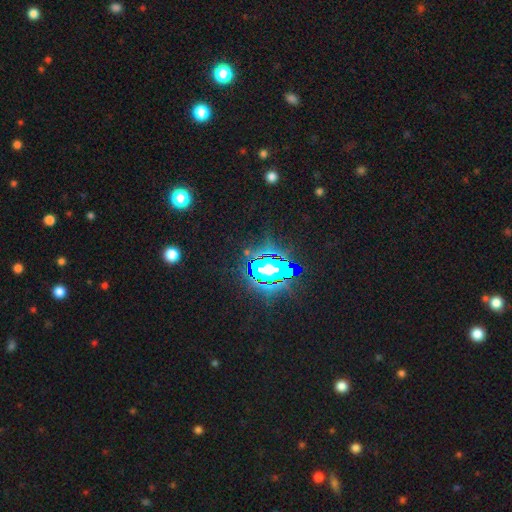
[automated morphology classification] smooth-or-featured: star or artifact: 77% | smooth: 12% | featured or disk: 10%